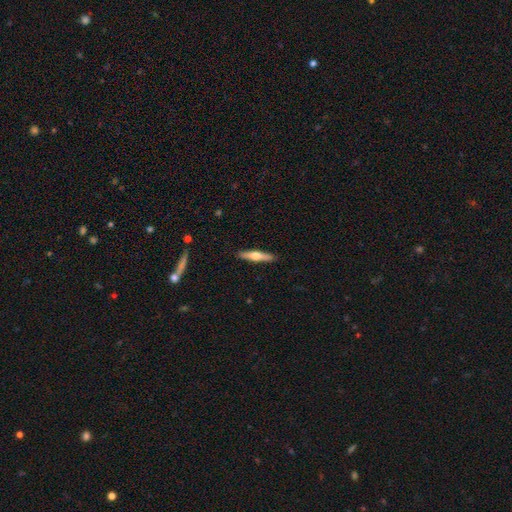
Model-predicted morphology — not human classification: Smooth or featured: featured or disk — 48% (smooth — 47%)
Merging: none — 90% (minor disturbance — 7%)